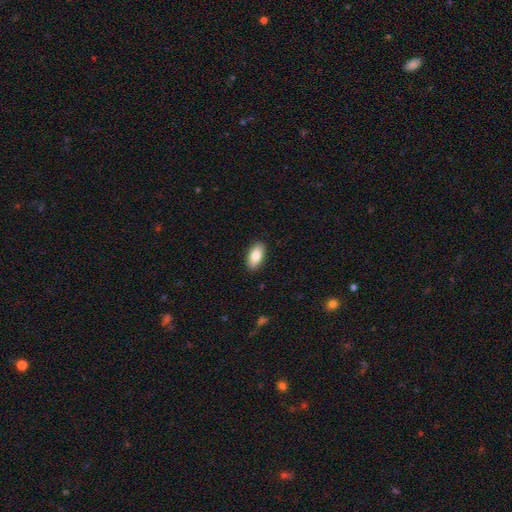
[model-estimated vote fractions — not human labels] Smooth or featured: smooth — 85% (featured or disk — 9%)
How rounded: in between — 90% (cigar-shaped — 8%)
Merging: none — 89% (minor disturbance — 8%)